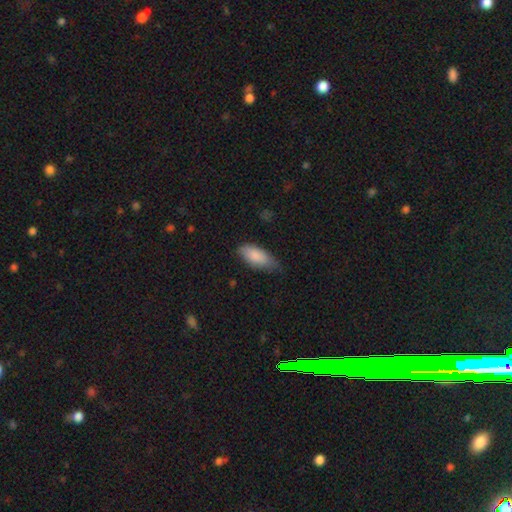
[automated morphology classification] smooth-or-featured: smooth: 85% | featured or disk: 9% | star or artifact: 6%
  how-rounded: in between: 85% | cigar-shaped: 13% | round: 2%
  merging: none: 60% | minor disturbance: 33% | major disturbance: 6% | merger: 1%